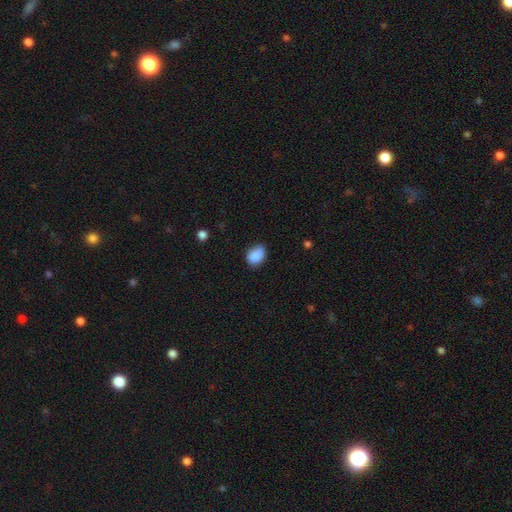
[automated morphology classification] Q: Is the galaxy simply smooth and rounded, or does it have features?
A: smooth — 86%.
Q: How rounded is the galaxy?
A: in between — 75%.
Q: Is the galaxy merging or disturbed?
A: none — 64%.